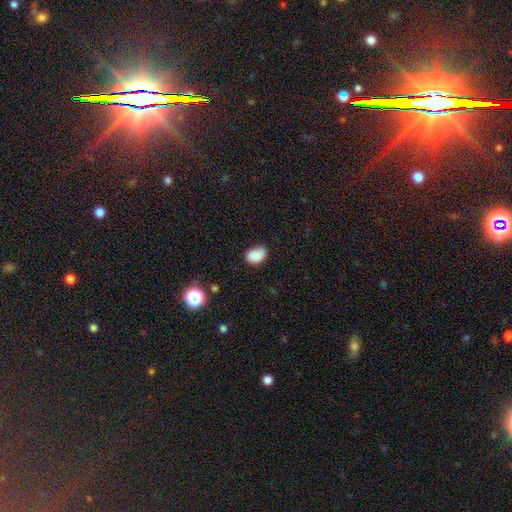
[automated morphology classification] smooth_or_featured: smooth (p=0.85) [alt: star or artifact p=0.09]
how_rounded: in between (p=0.76) [alt: round p=0.23]
merging: none (p=0.60) [alt: minor disturbance p=0.31]